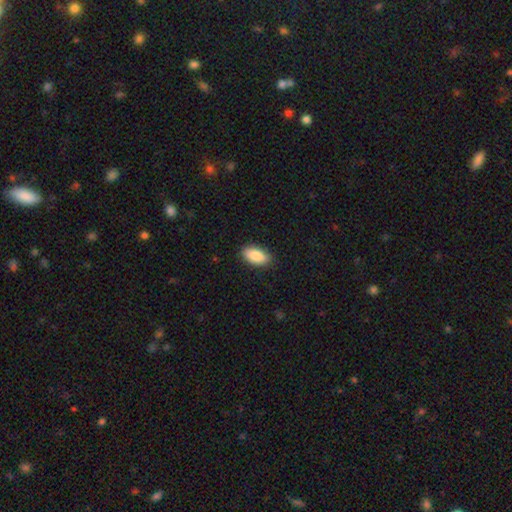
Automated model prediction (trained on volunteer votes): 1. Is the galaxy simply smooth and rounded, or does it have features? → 89% smooth, 6% star or artifact, 5% featured or disk.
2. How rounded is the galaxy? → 93% in between, 4% cigar-shaped, 3% round.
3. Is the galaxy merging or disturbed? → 86% none, 11% minor disturbance, 2% major disturbance, 1% merger.